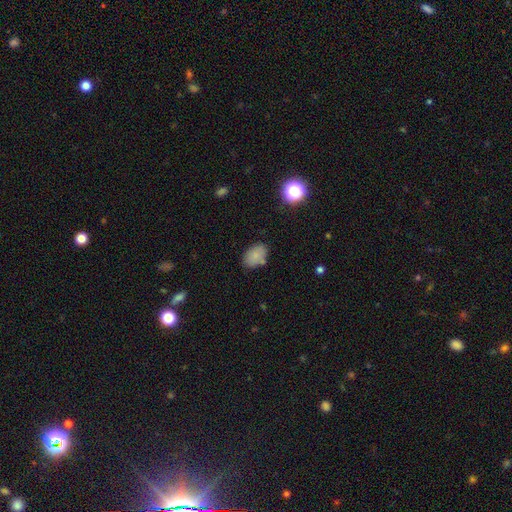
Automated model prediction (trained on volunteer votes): smooth 82%, star or artifact 10%, featured or disk 7%. Down the decision tree: how rounded — in between (87%); merging — none (75%).